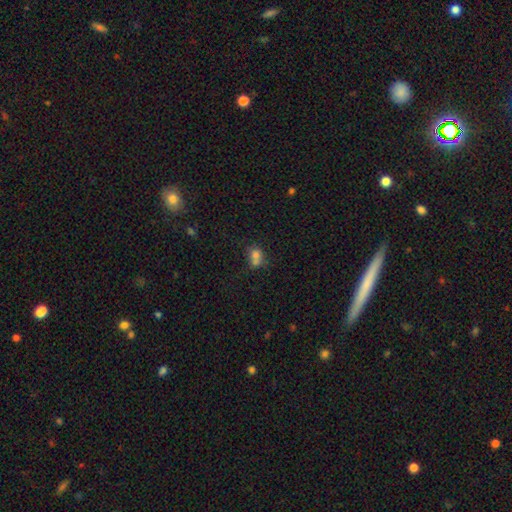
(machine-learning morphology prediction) smooth-or-featured: smooth: 72% | featured or disk: 15% | star or artifact: 13%
  how-rounded: round: 55% | in between: 43% | cigar-shaped: 1%
  merging: merger: 52% | none: 30% | minor disturbance: 12% | major disturbance: 6%